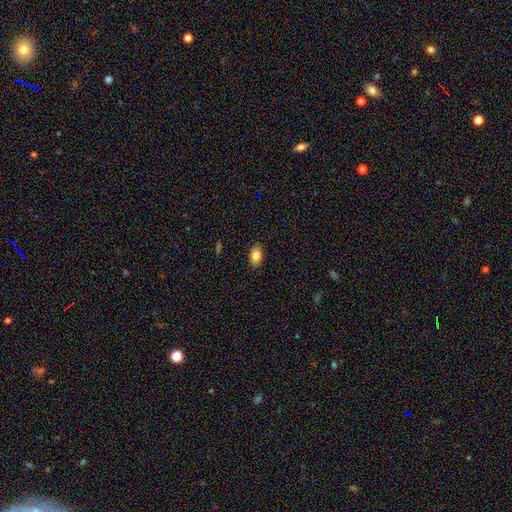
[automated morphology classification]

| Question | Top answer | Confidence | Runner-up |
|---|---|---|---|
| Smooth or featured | smooth | 82% | featured or disk (10%) |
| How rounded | in between | 87% | round (11%) |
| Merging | none | 88% | minor disturbance (9%) |